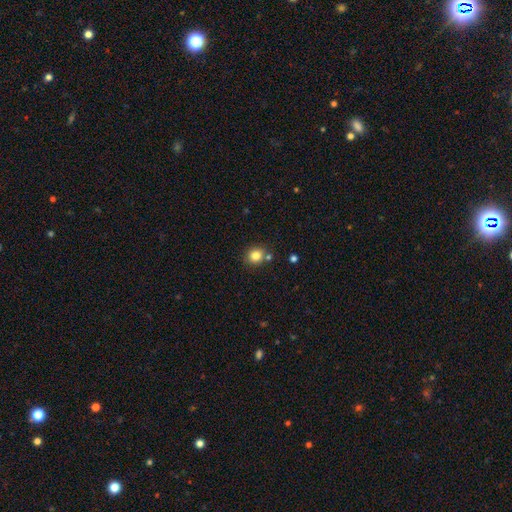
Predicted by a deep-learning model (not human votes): This is clearly a smooth galaxy (82%). How rounded: likely round (77%). Merging: likely none (77%).